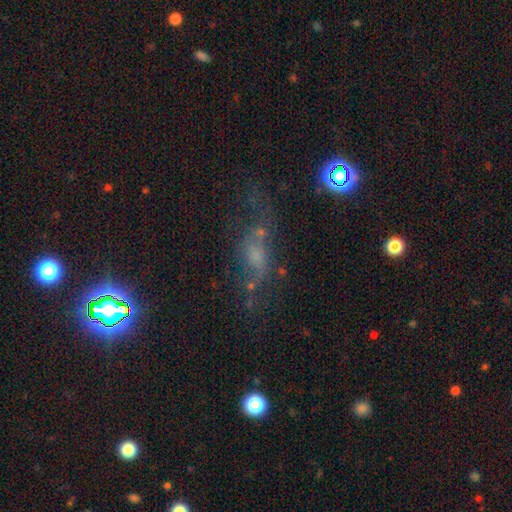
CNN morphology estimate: The model was most divided on "smooth or featured": featured or disk: 39%, smooth: 38%, star or artifact: 23%. Remaining: merging — none (38%).